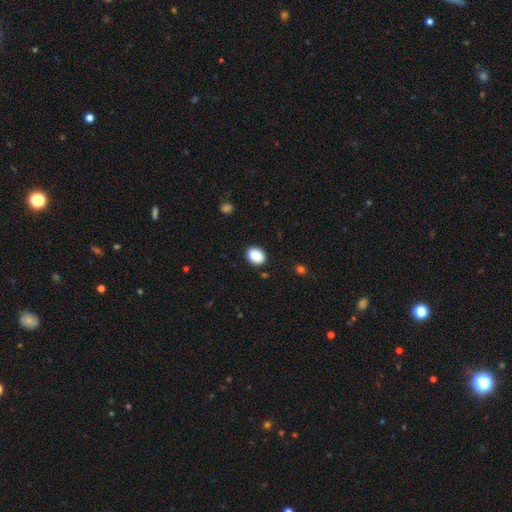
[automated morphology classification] smooth-or-featured: smooth: 89% | star or artifact: 7% | featured or disk: 4%
  how-rounded: in between: 70% | round: 29% | cigar-shaped: 1%
  merging: none: 87% | minor disturbance: 10% | major disturbance: 2% | merger: 1%